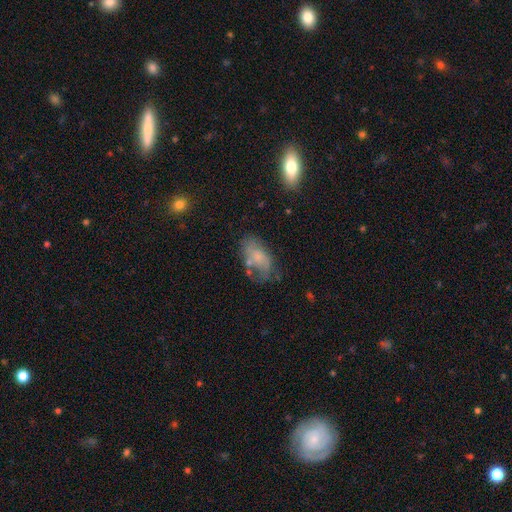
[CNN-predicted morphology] A smooth galaxy with no disk features (56%) that is in between round and cigar-shaped (91%).

Vote fractions:
- Smooth or featured? smooth: 56% / featured or disk: 34% / star or artifact: 9%
- How rounded? in between: 91% / round: 6% / cigar-shaped: 3%
- Merging? none: 46% / minor disturbance: 27% / major disturbance: 17% / merger: 10%